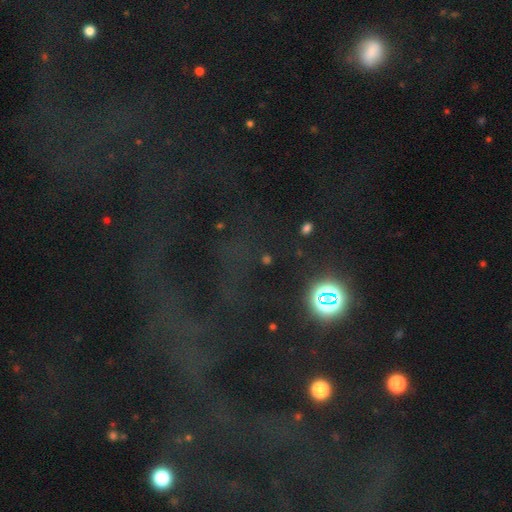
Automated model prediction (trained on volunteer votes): Morphology: type=star or artifact (66%).